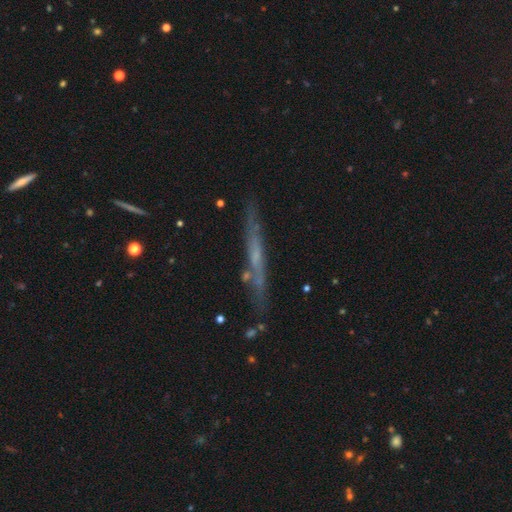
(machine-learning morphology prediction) smooth_or_featured: featured or disk (p=0.61) [alt: smooth p=0.31]
disk_edge_on: yes (p=0.89) [alt: no p=0.11]
edge_on_bulge: none (p=0.72) [alt: rounded p=0.22]
merging: none (p=0.78) [alt: minor disturbance p=0.15]